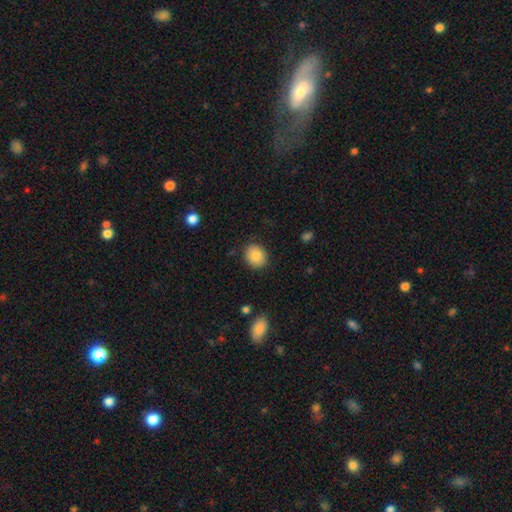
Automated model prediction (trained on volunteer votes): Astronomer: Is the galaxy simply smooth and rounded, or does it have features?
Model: smooth — 85%.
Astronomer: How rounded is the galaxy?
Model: round — 70%.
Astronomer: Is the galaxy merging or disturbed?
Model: none — 87%.